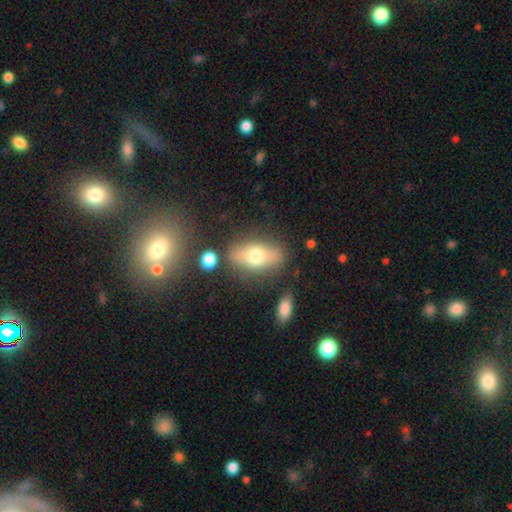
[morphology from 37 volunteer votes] Smooth or featured? 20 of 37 (54%) said featured or disk. Edge-on disk? 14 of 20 (70%) said yes. Edge-on bulge? 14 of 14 (100%) said rounded. Merging? 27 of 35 (77%) said none.